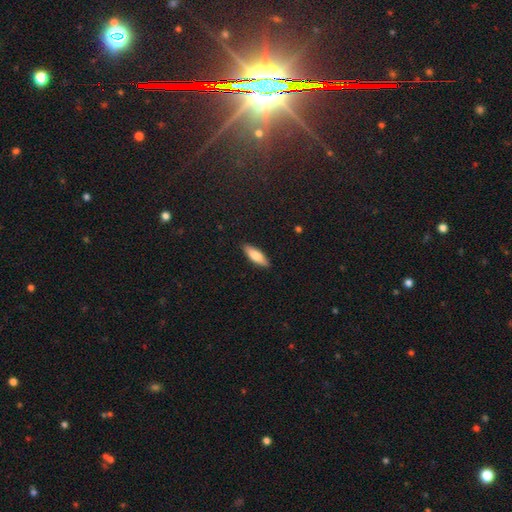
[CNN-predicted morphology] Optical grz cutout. It shows a smooth galaxy with no disk features (77%) that is in between round and cigar-shaped (56%). Merging: none (89%).